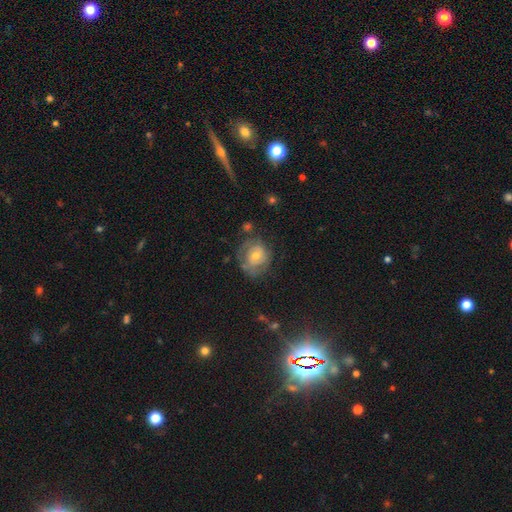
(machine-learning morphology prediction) Smooth or featured? Predicted: featured or disk (p=0.60). Edge-on disk? Predicted: no (p=0.97). Bar? Predicted: no (p=0.72). Spiral arms? Predicted: yes (p=0.71). Bulge size? Predicted: moderate (p=0.57). Merging? Predicted: none (p=0.58).